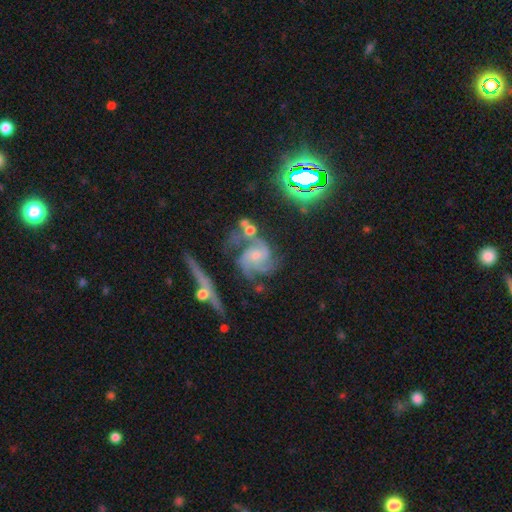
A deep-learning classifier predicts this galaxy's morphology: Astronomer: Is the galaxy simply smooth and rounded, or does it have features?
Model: featured or disk — 80%.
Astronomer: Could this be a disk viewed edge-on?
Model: no — 96%.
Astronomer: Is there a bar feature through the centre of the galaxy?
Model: no — 66%.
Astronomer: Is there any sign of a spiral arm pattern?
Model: yes — 94%.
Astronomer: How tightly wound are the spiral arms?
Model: medium — 49% (runner-up: tight, 35%).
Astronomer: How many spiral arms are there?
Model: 3 — 40% (runner-up: 2, 18%).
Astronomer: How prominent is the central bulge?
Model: small — 53% (runner-up: moderate, 36%).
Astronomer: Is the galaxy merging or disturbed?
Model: none — 45%.